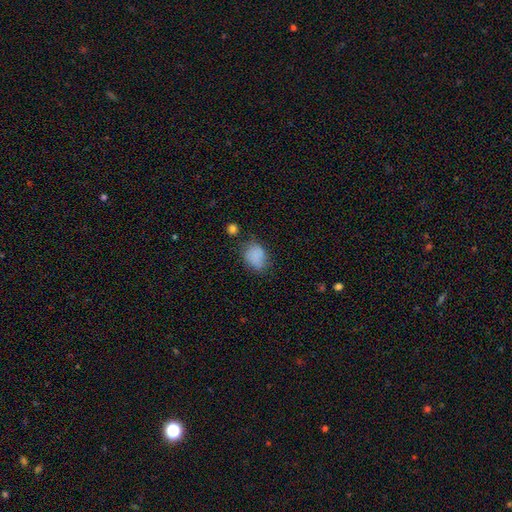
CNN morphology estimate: Smooth or featured? smooth (80%)
How rounded? in between (62%)
Merging? none (57%)